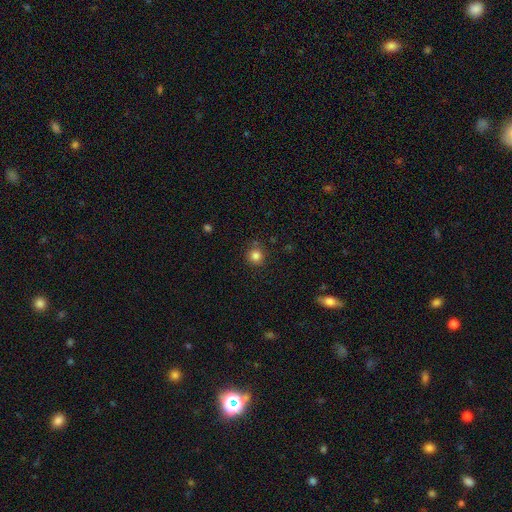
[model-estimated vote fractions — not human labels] Smooth or featured? smooth (83%)
How rounded? round (94%)
Merging? none (85%)